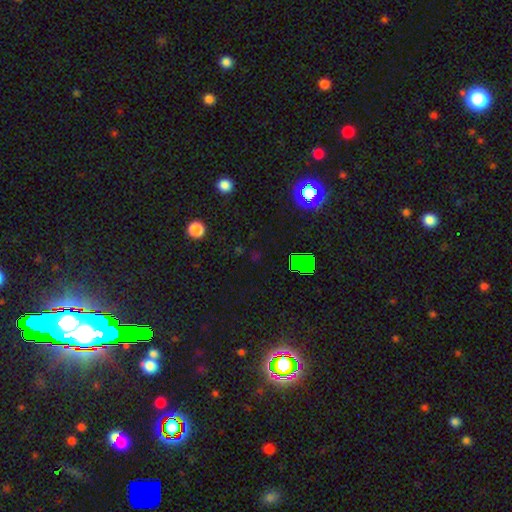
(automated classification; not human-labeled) Overall: star or artifact (64%; smooth 26%).